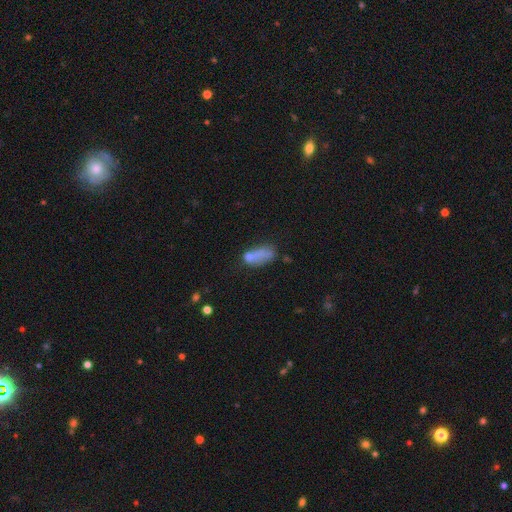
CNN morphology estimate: Smooth or featured? smooth (67%)
How rounded? in between (76%)
Merging? none (34%)